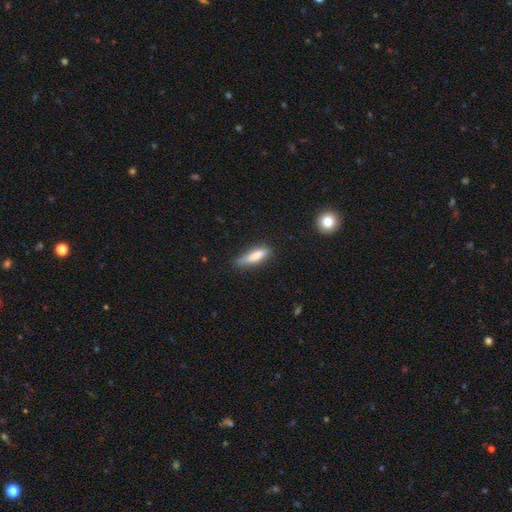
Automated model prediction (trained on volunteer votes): Smooth or featured: smooth — 78% (featured or disk — 16%)
How rounded: cigar-shaped — 67% (in between — 31%)
Merging: none — 72% (minor disturbance — 22%)